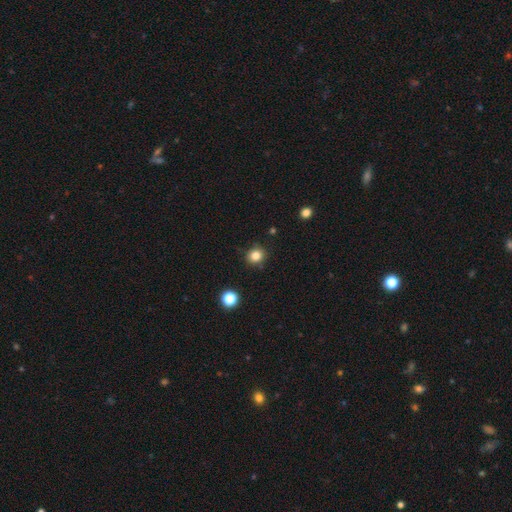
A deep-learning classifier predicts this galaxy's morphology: A smooth galaxy with no disk features (83%) that is round (84%). Merging: none (88%).